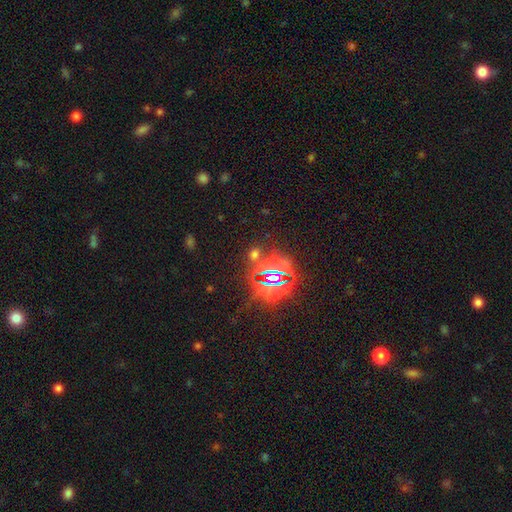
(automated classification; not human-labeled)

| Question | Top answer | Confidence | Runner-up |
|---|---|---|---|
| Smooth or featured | star or artifact | 80% | smooth (12%) |